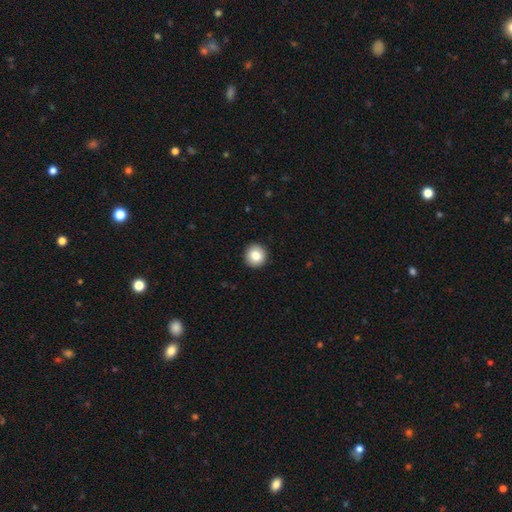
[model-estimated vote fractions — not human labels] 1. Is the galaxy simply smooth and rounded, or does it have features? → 83% smooth, 9% star or artifact, 8% featured or disk.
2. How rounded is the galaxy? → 95% round, 4% in between, 1% cigar-shaped.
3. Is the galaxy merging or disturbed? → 93% none, 4% minor disturbance, 1% major disturbance, 1% merger.